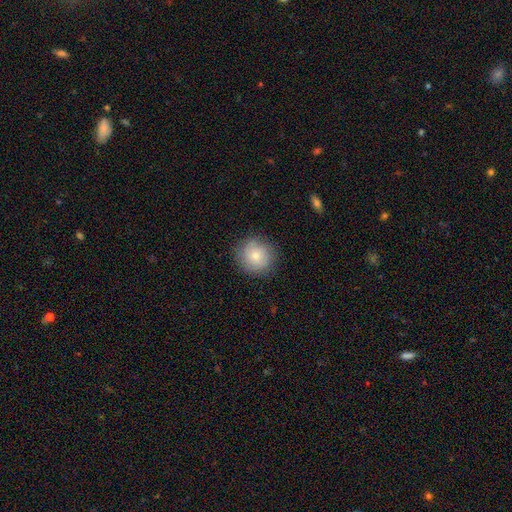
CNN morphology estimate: Smooth or featured? Predicted: smooth (p=0.75). How rounded? Predicted: round (p=0.93). Merging? Predicted: none (p=0.84).